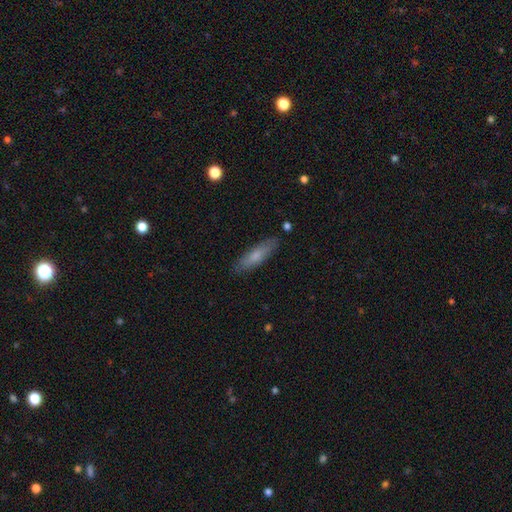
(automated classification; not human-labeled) Smooth or featured?
  - smooth: 72% *
  - featured or disk: 22%
  - star or artifact: 6%
How rounded?
  - cigar-shaped: 64% *
  - in between: 34%
  - round: 2%
Merging?
  - none: 84% *
  - minor disturbance: 12%
  - major disturbance: 2%
  - merger: 2%